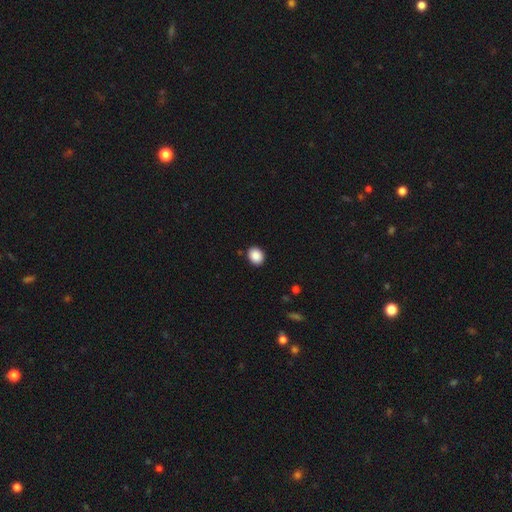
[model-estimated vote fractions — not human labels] Smooth or featured?
  - smooth: 89% *
  - star or artifact: 8%
  - featured or disk: 3%
How rounded?
  - round: 57% *
  - in between: 42%
  - cigar-shaped: 1%
Merging?
  - none: 90% *
  - minor disturbance: 7%
  - major disturbance: 2%
  - merger: 1%